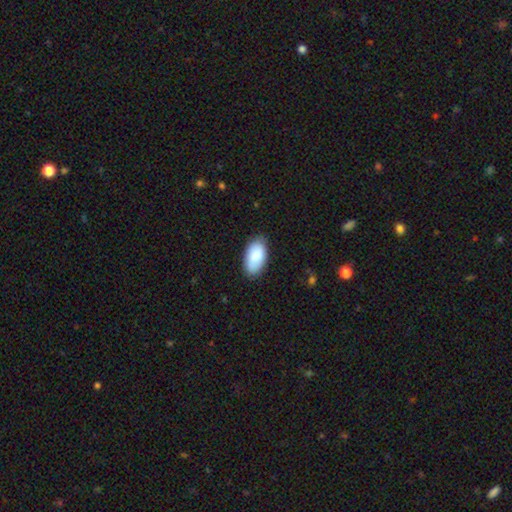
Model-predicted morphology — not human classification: Smooth or featured? smooth (85%)
How rounded? in between (95%)
Merging? none (80%)